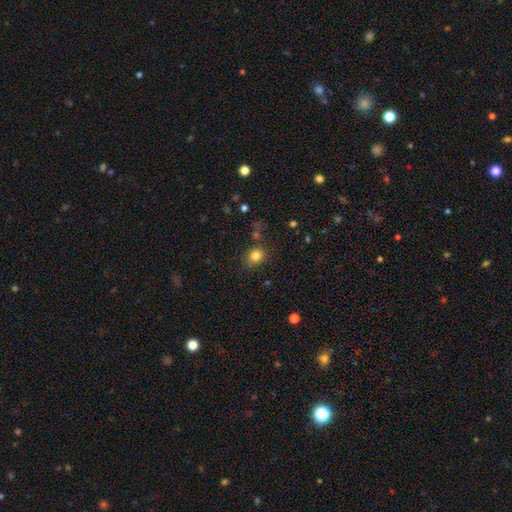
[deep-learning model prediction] smooth 81%, star or artifact 13%, featured or disk 6%. Down the decision tree: how rounded — round (69%); merging — none (79%).